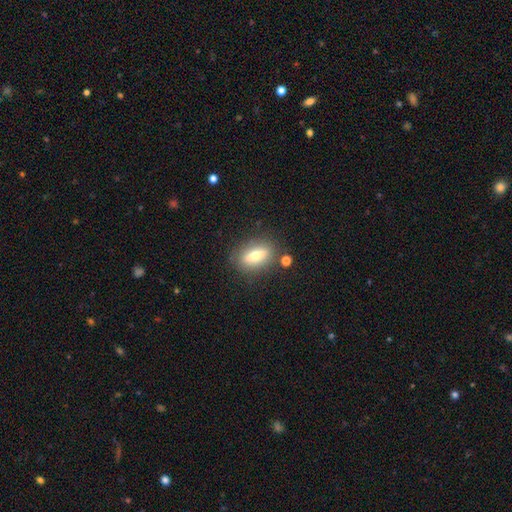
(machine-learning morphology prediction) smooth-or-featured: smooth: 51% | featured or disk: 41% | star or artifact: 8%
  how-rounded: in between: 63% | cigar-shaped: 25% | round: 11%
  merging: none: 83% | minor disturbance: 10% | major disturbance: 4% | merger: 3%